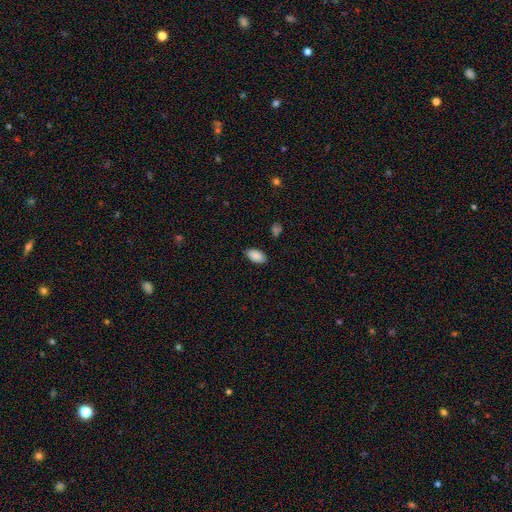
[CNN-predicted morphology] Smooth or featured? Predicted: smooth (p=0.90). How rounded? Predicted: in between (p=0.95). Merging? Predicted: none (p=0.86).